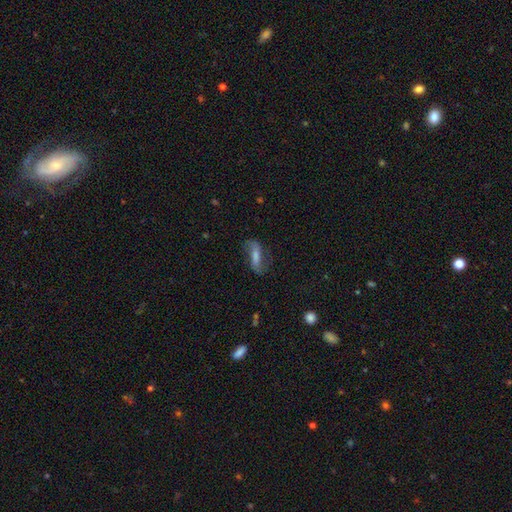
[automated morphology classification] This appears to be a featured or disk galaxy (66%) with a strong bar (40%), 2 (87%) loose (58%) spiral arms (89%) and a moderate central bulge (39%). Merging: none (71%).